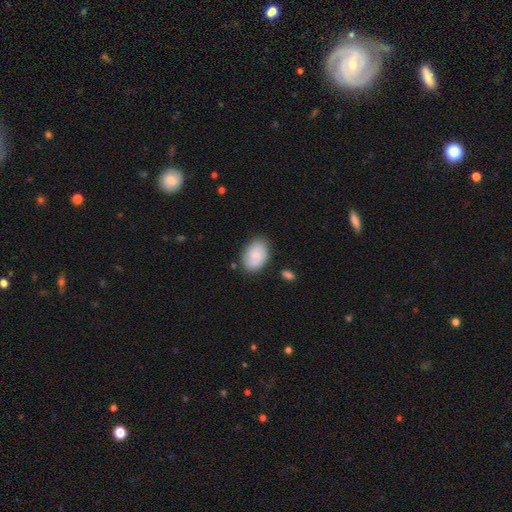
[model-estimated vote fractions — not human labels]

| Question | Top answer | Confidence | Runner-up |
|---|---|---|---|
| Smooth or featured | smooth | 74% | featured or disk (19%) |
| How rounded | in between | 84% | round (15%) |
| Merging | none | 76% | minor disturbance (17%) |